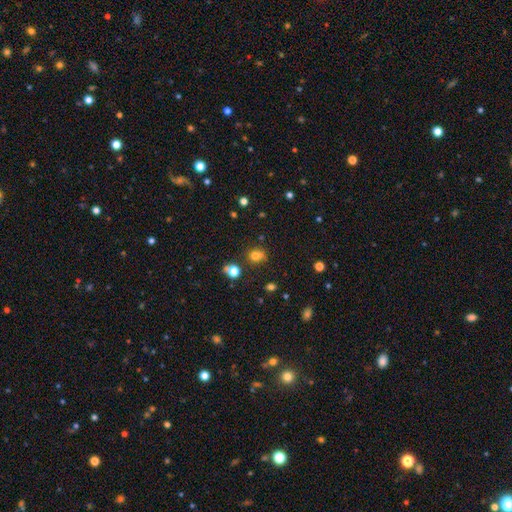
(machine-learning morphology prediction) smooth_or_featured: smooth (p=0.71) [alt: star or artifact p=0.21]
how_rounded: round (p=0.75) [alt: in between p=0.23]
merging: none (p=0.59) [alt: merger p=0.21]